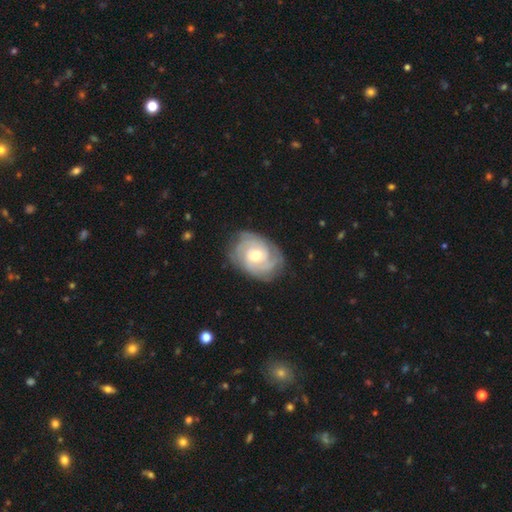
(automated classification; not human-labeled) This appears to be a featured or disk galaxy (82%) with no bar (60%), tight (69%) spiral arms (93%) and a moderate central bulge (72%). Merging: none (77%).